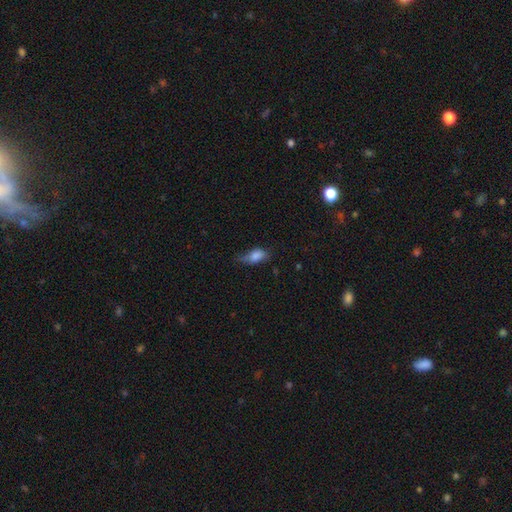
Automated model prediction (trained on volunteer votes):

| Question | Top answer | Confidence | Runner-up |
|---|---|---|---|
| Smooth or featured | smooth | 79% | featured or disk (13%) |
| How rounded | in between | 86% | cigar-shaped (8%) |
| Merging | minor disturbance | 41% | none (38%) |